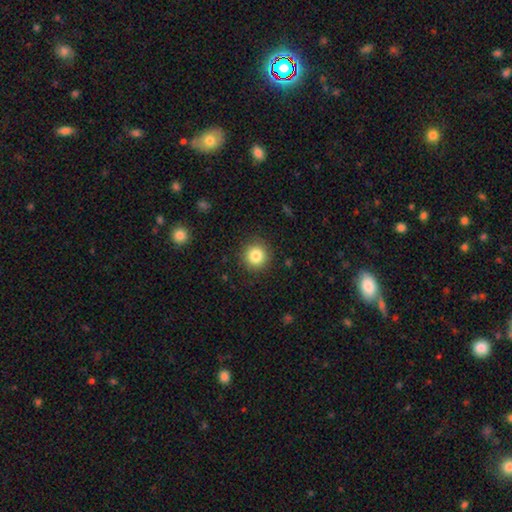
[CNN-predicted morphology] smooth_or_featured: smooth (p=0.84) [alt: star or artifact p=0.10]
how_rounded: round (p=0.94) [alt: in between p=0.05]
merging: none (p=0.90) [alt: minor disturbance p=0.07]